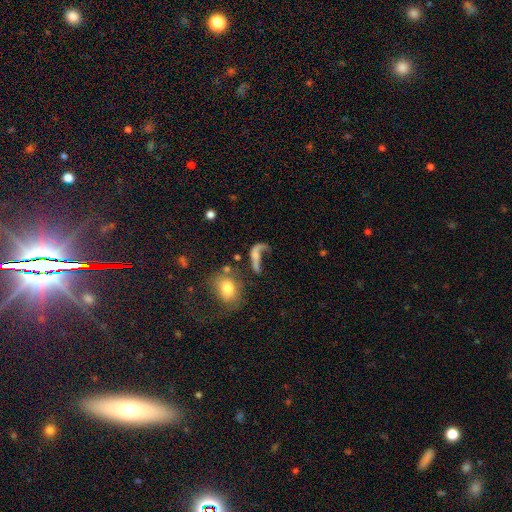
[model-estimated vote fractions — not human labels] This appears to be a featured or disk galaxy (47%). Merging: major disturbance (43%).